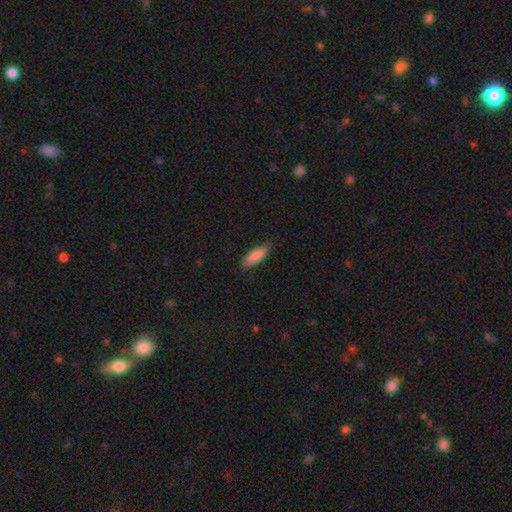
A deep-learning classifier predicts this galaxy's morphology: Overall: smooth (86%). How rounded: in between (58%; cigar-shaped 40%). Merging: none (79%).